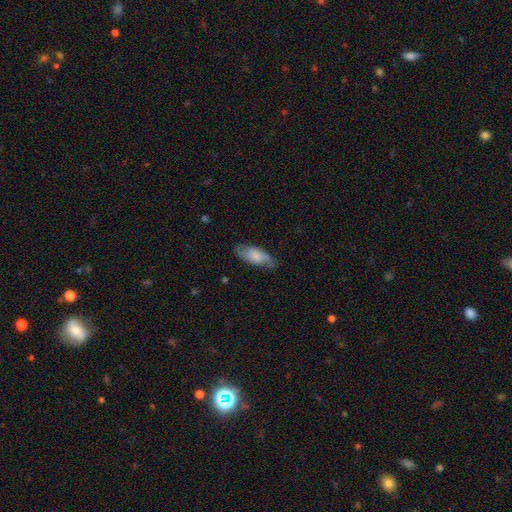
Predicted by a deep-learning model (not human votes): Smooth or featured: smooth — 62% (featured or disk — 32%)
How rounded: in between — 79% (cigar-shaped — 19%)
Merging: none — 73% (minor disturbance — 21%)